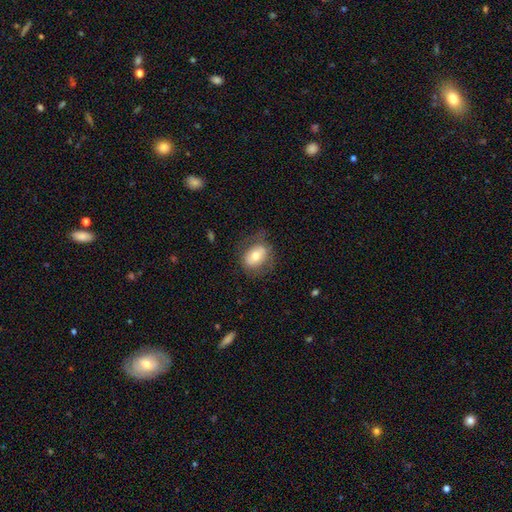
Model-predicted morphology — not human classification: smooth_or_featured: smooth (p=0.64) [alt: featured or disk p=0.28]
how_rounded: in between (p=0.66) [alt: round p=0.33]
merging: none (p=0.66) [alt: minor disturbance p=0.21]